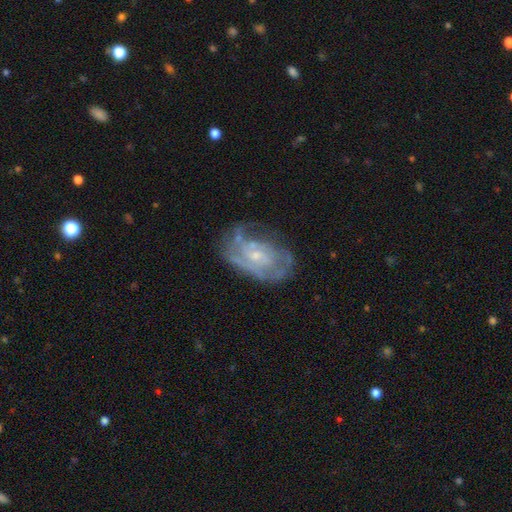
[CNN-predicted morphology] Smooth or featured? Predicted: featured or disk (p=0.78). Edge-on disk? Predicted: no (p=0.96). Bar? Predicted: no (p=0.63). Spiral arms? Predicted: yes (p=0.78). Spiral winding? Predicted: tight (p=0.52). Spiral arm count? Predicted: can't tell (p=0.46). Bulge size? Predicted: small (p=0.66). Merging? Predicted: none (p=0.51).